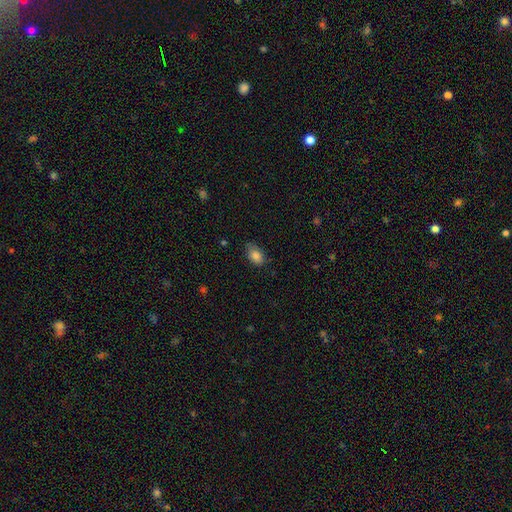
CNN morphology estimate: Q: Smooth or featured?
A: smooth (85%); runner-up: star or artifact (9%)
Q: How rounded?
A: in between (86%); runner-up: round (12%)
Q: Merging?
A: none (69%); runner-up: minor disturbance (25%)